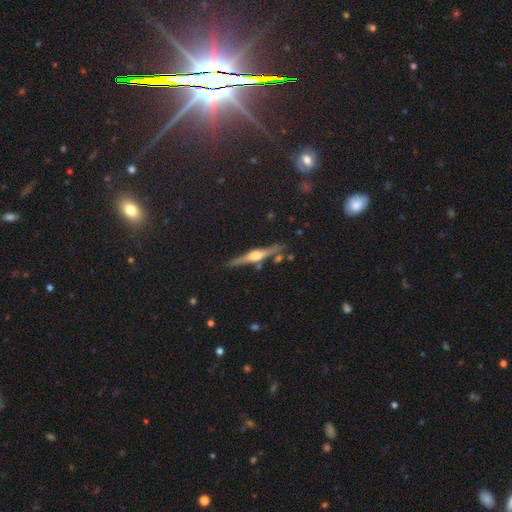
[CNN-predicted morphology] Smooth or featured? Predicted: featured or disk (p=0.76). Edge-on disk? Predicted: yes (p=0.97). Edge-on bulge? Predicted: rounded (p=0.90). Merging? Predicted: none (p=0.83).